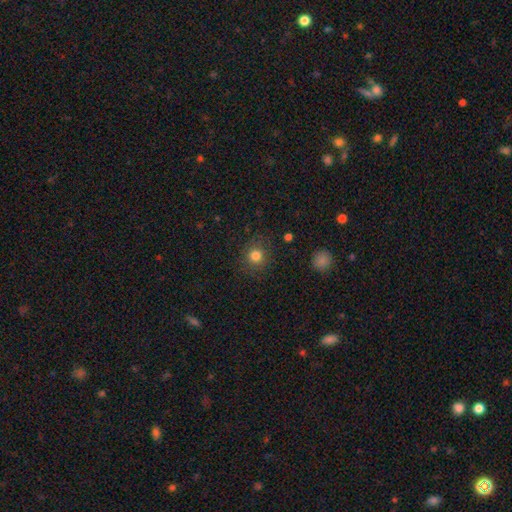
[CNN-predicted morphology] The model was most divided on "smooth or featured": smooth: 81%, star or artifact: 13%, featured or disk: 6%. More confident: how rounded — round (90%); merging — none (87%).